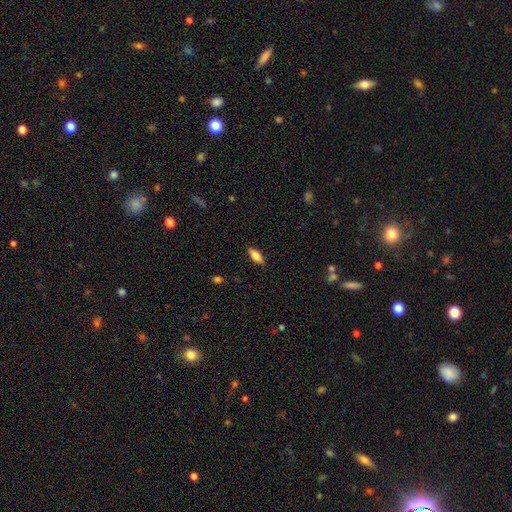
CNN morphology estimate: A smooth galaxy with no disk features (79%) that is in between round and cigar-shaped (79%). Merging: none (86%).